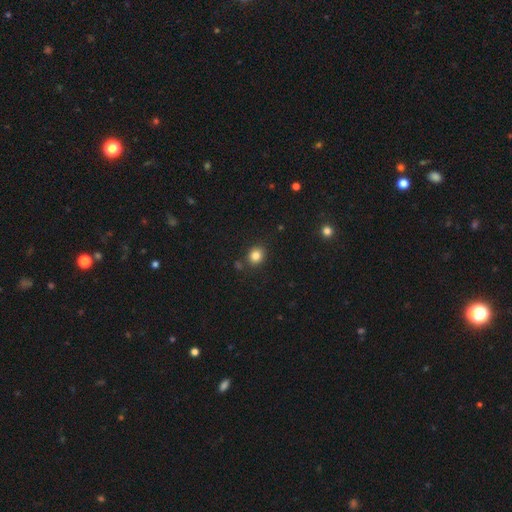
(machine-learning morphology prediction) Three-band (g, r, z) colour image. It shows a smooth galaxy with no disk features (83%) that is round (72%). Merging: none (85%).